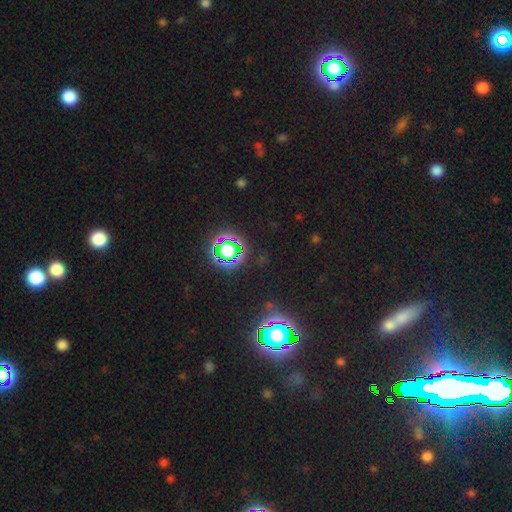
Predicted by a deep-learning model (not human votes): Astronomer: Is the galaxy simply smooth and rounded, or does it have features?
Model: star or artifact — 80%.